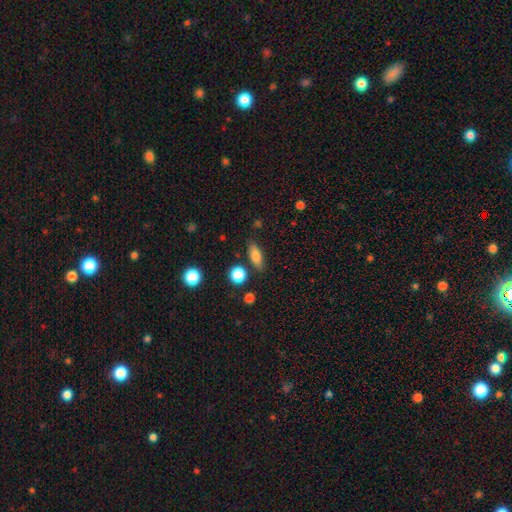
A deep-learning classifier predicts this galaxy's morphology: smooth 79%, featured or disk 12%, star or artifact 9%. Down the decision tree: how rounded — in between (68%); merging — none (82%).